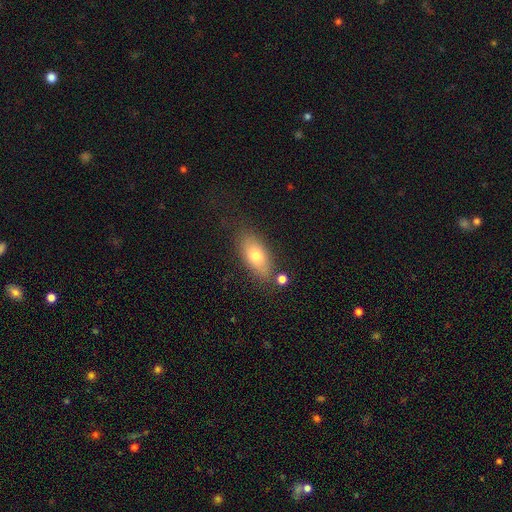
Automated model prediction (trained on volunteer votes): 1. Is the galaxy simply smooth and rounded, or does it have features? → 74% smooth, 19% featured or disk, 8% star or artifact.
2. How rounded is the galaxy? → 83% in between, 12% cigar-shaped, 4% round.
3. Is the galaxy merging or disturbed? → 75% none, 15% minor disturbance, 5% merger, 4% major disturbance.